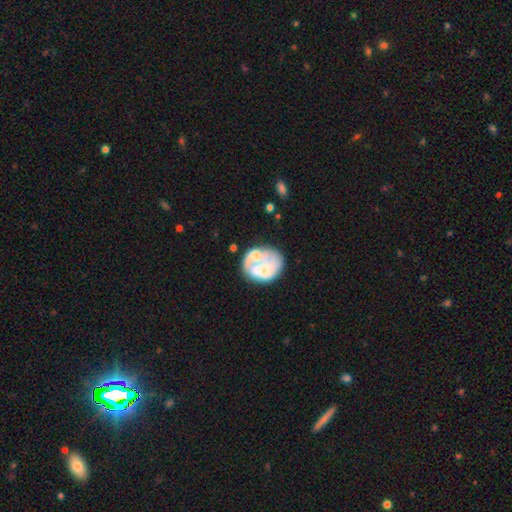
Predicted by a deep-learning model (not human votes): Overall: featured or disk (57%; smooth 36%). Edge-on disk: no (98%). Bar: no (87%). Spiral arms: no (76%). Bulge size: none (41%; moderate 26%). Merging: none (35%; major disturbance 23%).